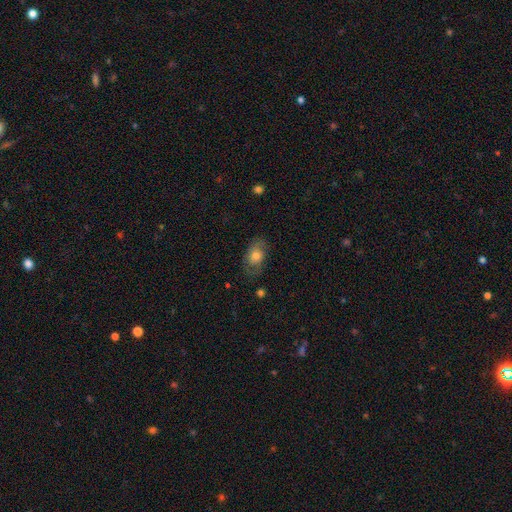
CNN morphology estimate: A smooth galaxy with no disk features (59%) that is in between round and cigar-shaped (81%). Merging: none (67%).